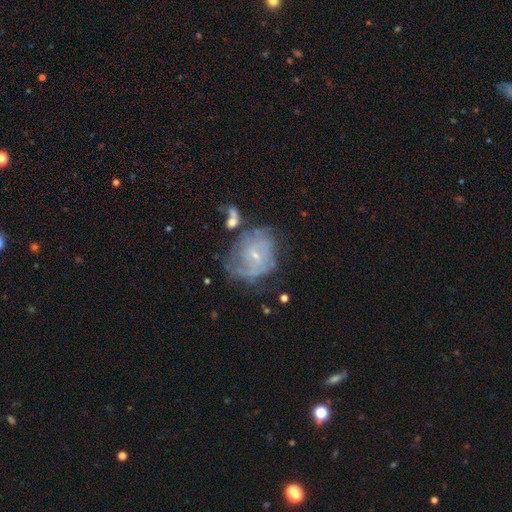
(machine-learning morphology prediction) Q: Smooth or featured?
A: featured or disk (76%); runner-up: smooth (15%)
Q: Edge-on disk?
A: no (97%); runner-up: yes (3%)
Q: Bar?
A: no (53%); runner-up: weak (40%)
Q: Spiral arms?
A: yes (84%); runner-up: no (16%)
Q: Spiral winding?
A: tight (53%); runner-up: medium (34%)
Q: Spiral arm count?
A: can't tell (49%); runner-up: 2 (22%)
Q: Bulge size?
A: small (77%); runner-up: moderate (18%)
Q: Merging?
A: none (49%); runner-up: minor disturbance (24%)